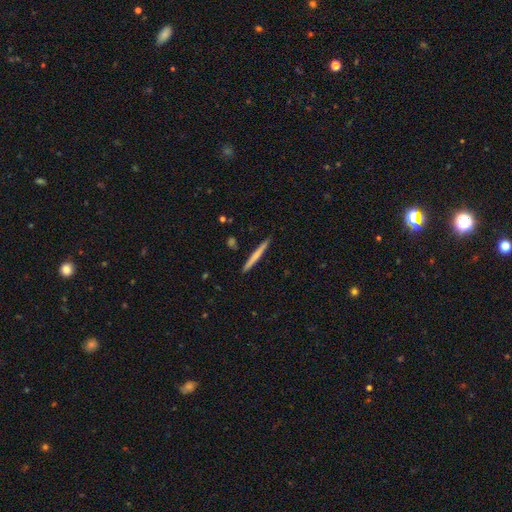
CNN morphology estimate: smooth_or_featured: smooth (p=0.58) [alt: featured or disk p=0.37]
how_rounded: cigar-shaped (p=0.97) [alt: in between p=0.02]
merging: none (p=0.91) [alt: minor disturbance p=0.07]